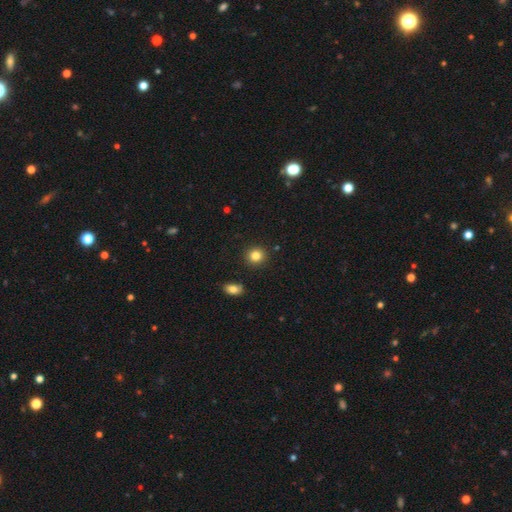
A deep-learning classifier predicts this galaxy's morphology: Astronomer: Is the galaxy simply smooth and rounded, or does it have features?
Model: smooth — 84%.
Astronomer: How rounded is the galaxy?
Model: round — 87%.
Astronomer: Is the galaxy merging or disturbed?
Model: none — 90%.